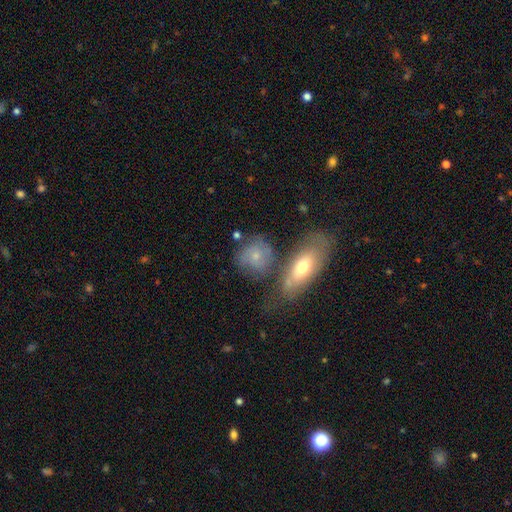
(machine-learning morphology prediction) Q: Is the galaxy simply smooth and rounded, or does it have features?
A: smooth — 59%.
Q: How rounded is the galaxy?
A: round — 60%.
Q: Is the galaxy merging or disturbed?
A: none — 49%.